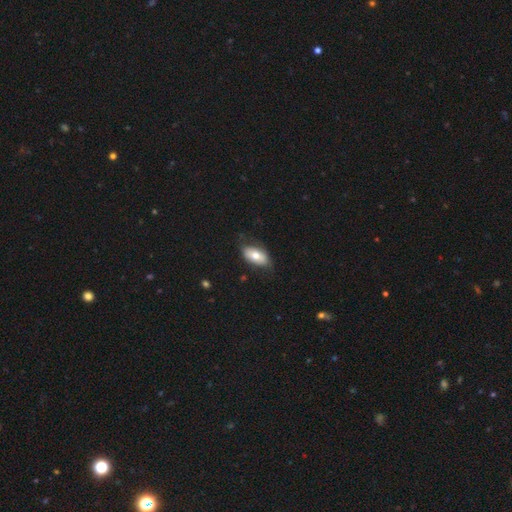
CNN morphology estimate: The model was most divided on "smooth or featured": smooth: 68%, featured or disk: 26%, star or artifact: 6%. More confident: how rounded — in between (92%); merging — none (68%).